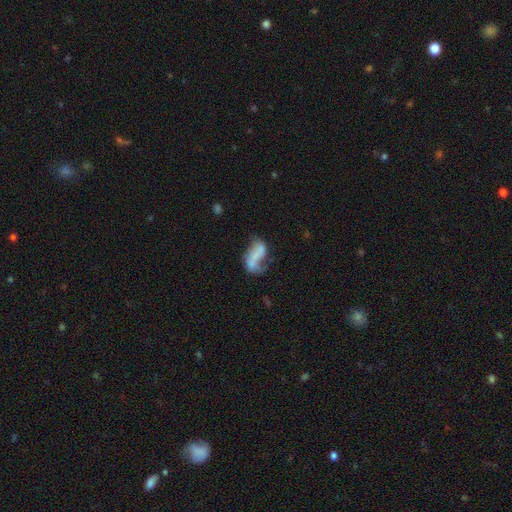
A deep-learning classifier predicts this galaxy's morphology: Smooth or featured?
  - featured or disk: 45% * (tied)
  - smooth: 45% * (tied)
  - star or artifact: 10%
Merging?
  - major disturbance: 33% *
  - none: 31%
  - minor disturbance: 24%
  - merger: 13%